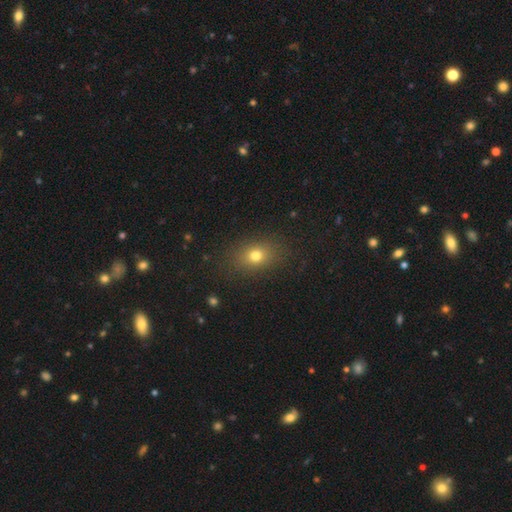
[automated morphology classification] Overall: smooth (75%). How rounded: in between (62%; round 36%). Merging: none (84%).